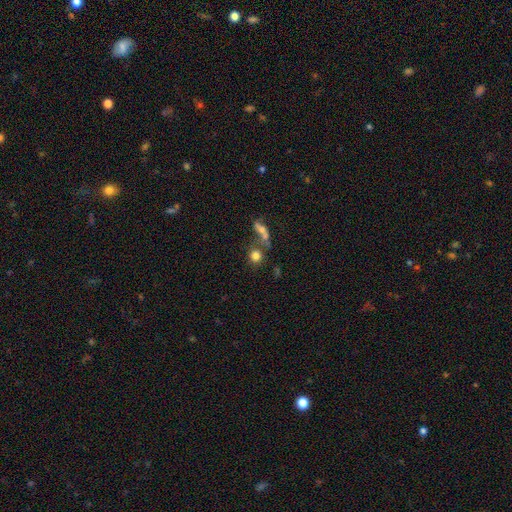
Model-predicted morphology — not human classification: Q: Smooth or featured?
A: smooth (77%); runner-up: star or artifact (12%)
Q: How rounded?
A: round (86%); runner-up: in between (12%)
Q: Merging?
A: none (58%); runner-up: merger (26%)